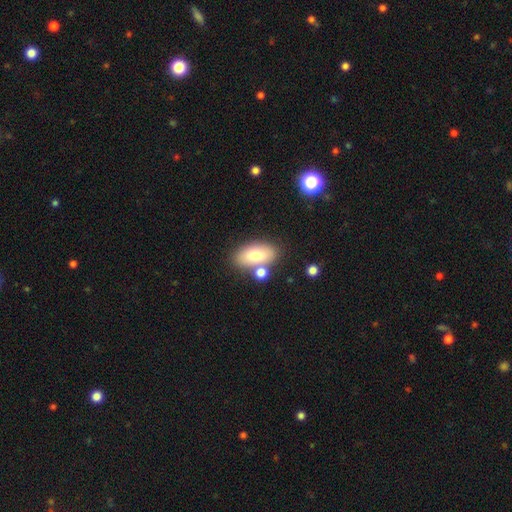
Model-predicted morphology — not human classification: Q: Smooth or featured?
A: smooth (76%); runner-up: featured or disk (16%)
Q: How rounded?
A: in between (90%); runner-up: round (5%)
Q: Merging?
A: none (67%); runner-up: merger (17%)